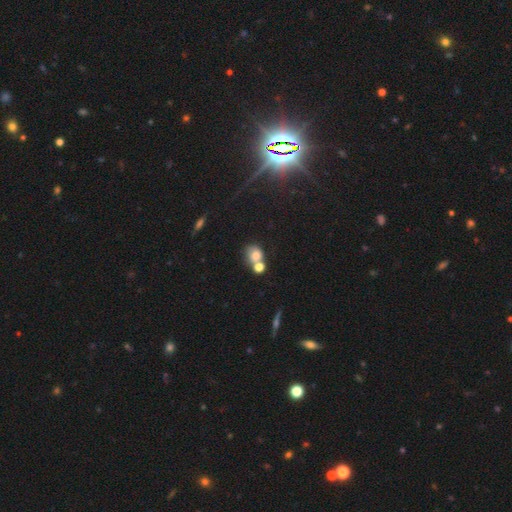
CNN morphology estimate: The model was most divided on "merging": merger: 51%, none: 35%, minor disturbance: 9%, major disturbance: 4%. More confident: smooth or featured — smooth (72%); how rounded — round (65%).